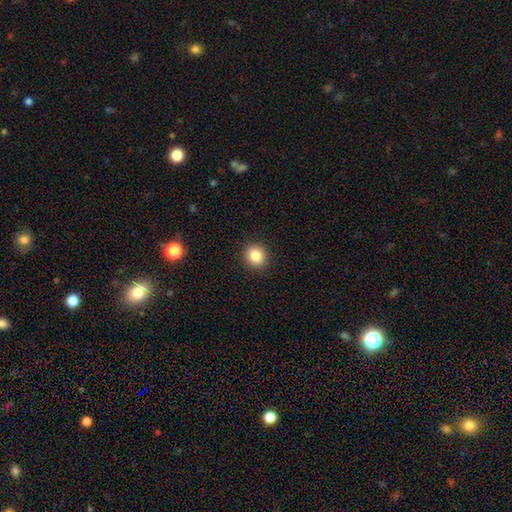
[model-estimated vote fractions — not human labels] Morphology: type=smooth (85%); roundness=round (83%); merging=none (92%).